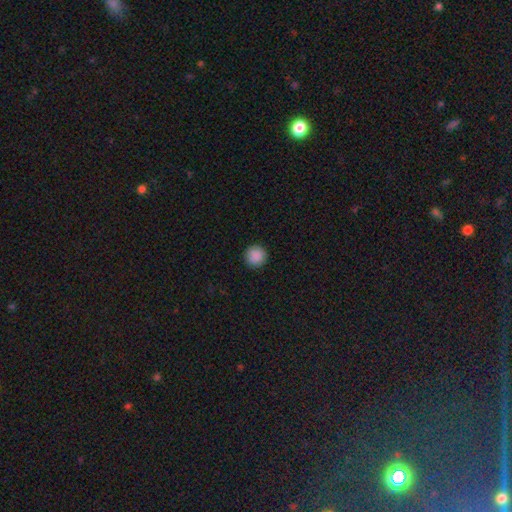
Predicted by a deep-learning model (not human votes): Smooth or featured? smooth (89%)
How rounded? round (96%)
Merging? none (93%)